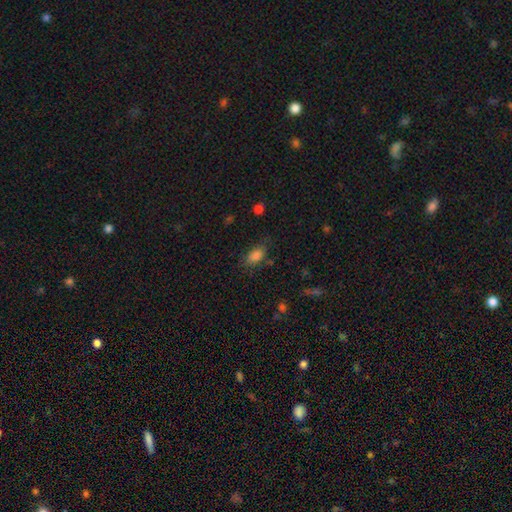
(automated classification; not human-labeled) smooth 83%, star or artifact 11%, featured or disk 7%. Down the decision tree: how rounded — in between (87%); merging — none (68%).